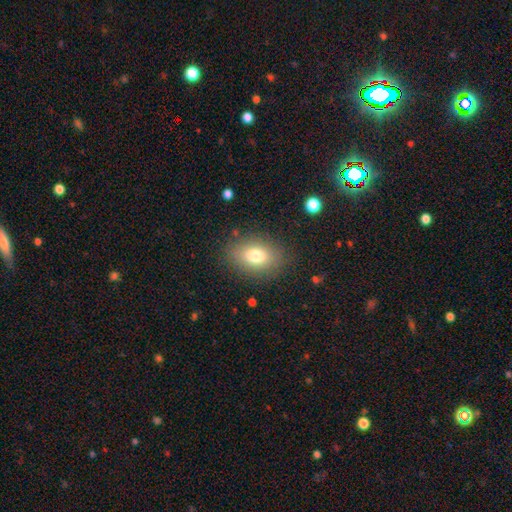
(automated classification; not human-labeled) Overall: smooth (78%). How rounded: in between (79%). Merging: none (84%).